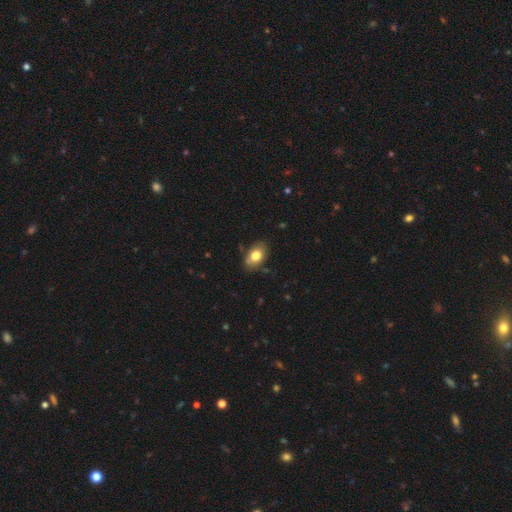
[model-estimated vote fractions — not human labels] The model was most divided on "merging": none: 77%, minor disturbance: 17%, major disturbance: 3%, merger: 2%. More confident: how rounded — in between (84%); smooth or featured — smooth (78%).